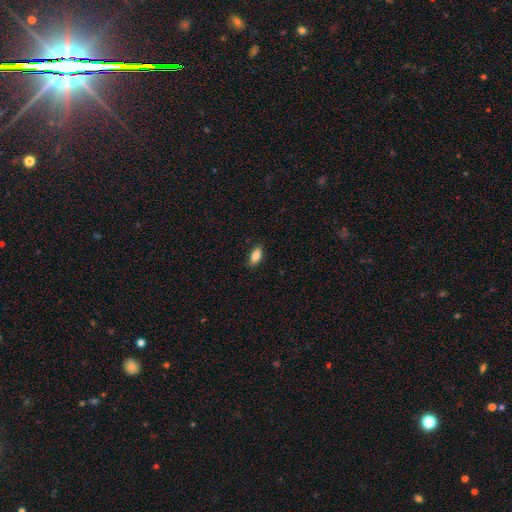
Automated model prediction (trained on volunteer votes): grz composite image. It shows a smooth galaxy with no disk features (84%) that is in between round and cigar-shaped (88%). Merging: none (86%).